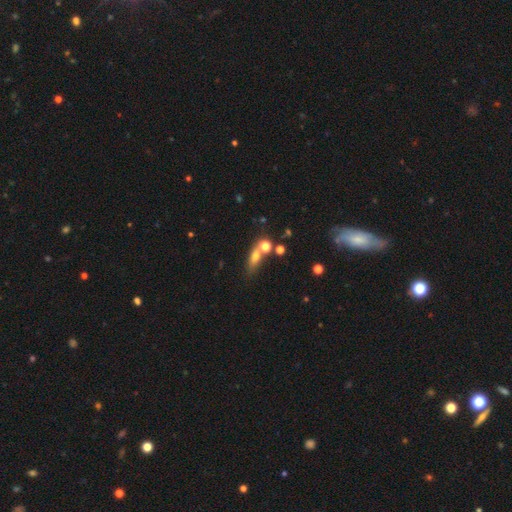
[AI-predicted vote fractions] This appears to be a smooth galaxy with no disk features (66%) that is in between round and cigar-shaped (54%). Merging: none (48%).